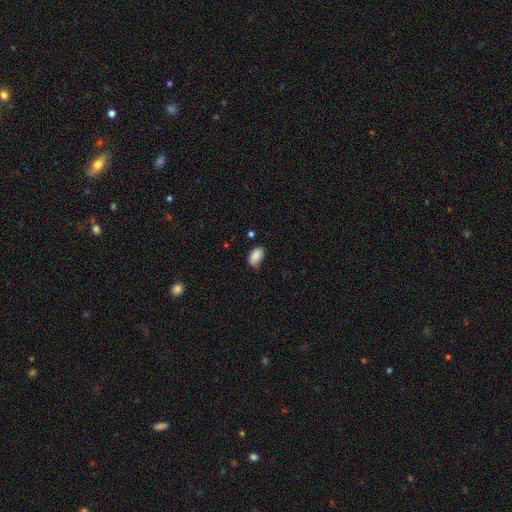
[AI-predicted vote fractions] Q: Smooth or featured?
A: smooth (87%); runner-up: star or artifact (8%)
Q: How rounded?
A: in between (92%); runner-up: round (6%)
Q: Merging?
A: none (67%); runner-up: minor disturbance (26%)